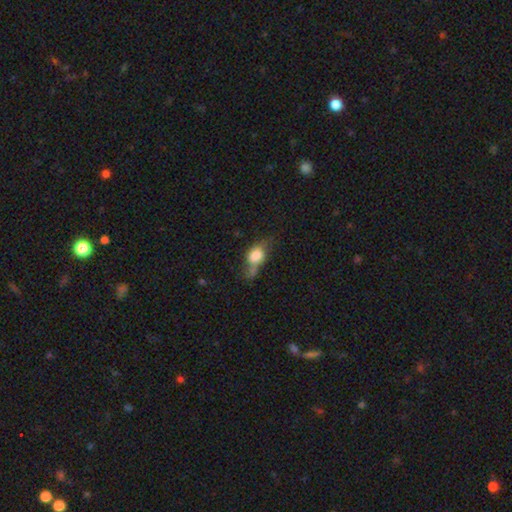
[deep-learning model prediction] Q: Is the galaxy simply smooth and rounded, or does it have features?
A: smooth — 68%.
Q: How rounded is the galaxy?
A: in between — 73%.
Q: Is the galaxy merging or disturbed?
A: none — 30%.